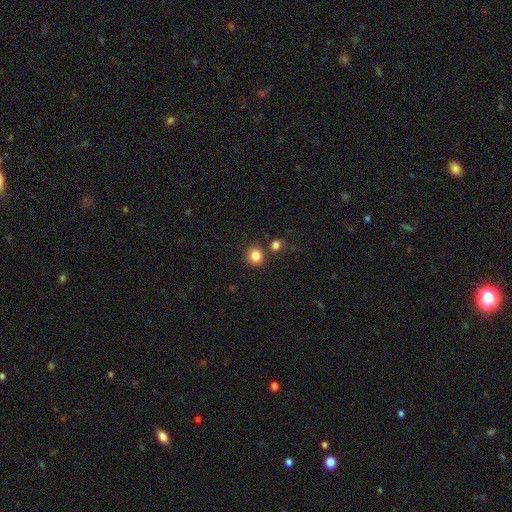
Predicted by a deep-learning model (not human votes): This appears to be a smooth galaxy with no disk features (84%) that is round (79%). Merging: none (76%).